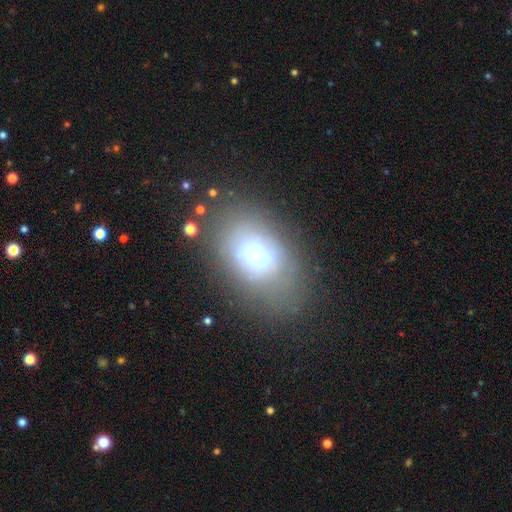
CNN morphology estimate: type=smooth (57%); roundness=in between (80%); merging=none (61%).